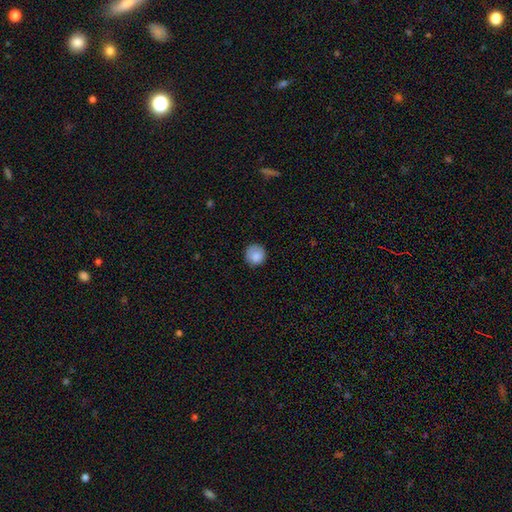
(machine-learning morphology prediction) smooth_or_featured: smooth (p=0.85) [alt: star or artifact p=0.09]
how_rounded: round (p=0.90) [alt: in between p=0.09]
merging: none (p=0.77) [alt: minor disturbance p=0.18]